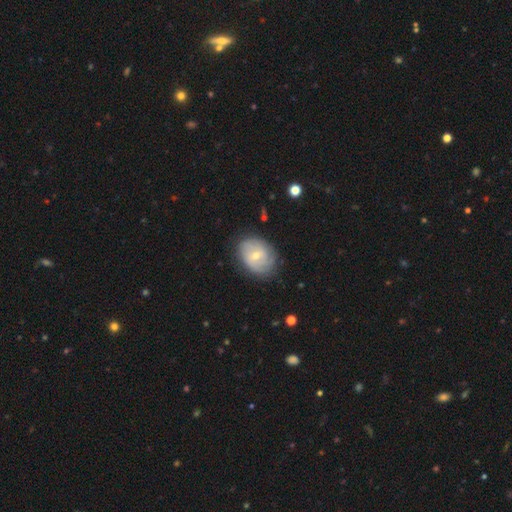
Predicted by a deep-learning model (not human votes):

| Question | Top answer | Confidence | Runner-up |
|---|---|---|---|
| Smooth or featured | featured or disk | 54% | smooth (38%) |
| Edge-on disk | no | 96% | yes (4%) |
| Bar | no | 56% | weak (38%) |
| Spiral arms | yes | 72% | no (28%) |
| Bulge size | small | 56% | moderate (41%) |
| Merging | none | 75% | minor disturbance (18%) |